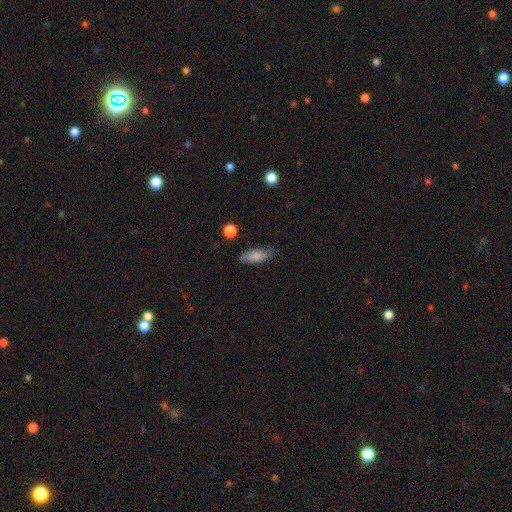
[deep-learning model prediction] A smooth galaxy with no disk features (83%) that is in between round and cigar-shaped (73%).

Vote fractions:
- Smooth or featured? smooth: 83% / featured or disk: 9% / star or artifact: 7%
- How rounded? in between: 73% / cigar-shaped: 24% / round: 2%
- Merging? none: 75% / minor disturbance: 19% / major disturbance: 4% / merger: 2%